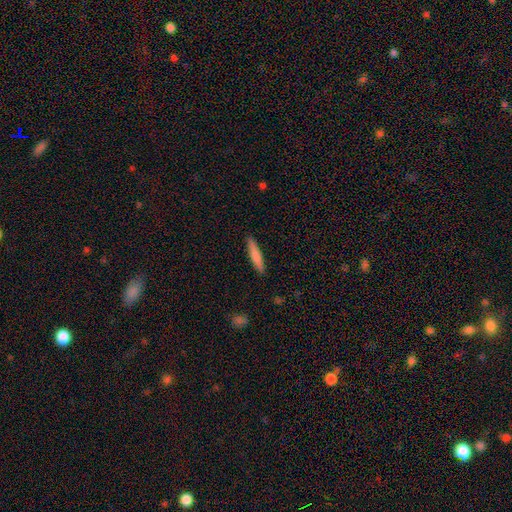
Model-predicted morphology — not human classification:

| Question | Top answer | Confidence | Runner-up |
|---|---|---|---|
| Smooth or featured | smooth | 74% | featured or disk (20%) |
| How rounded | cigar-shaped | 90% | in between (8%) |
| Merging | none | 90% | minor disturbance (7%) |